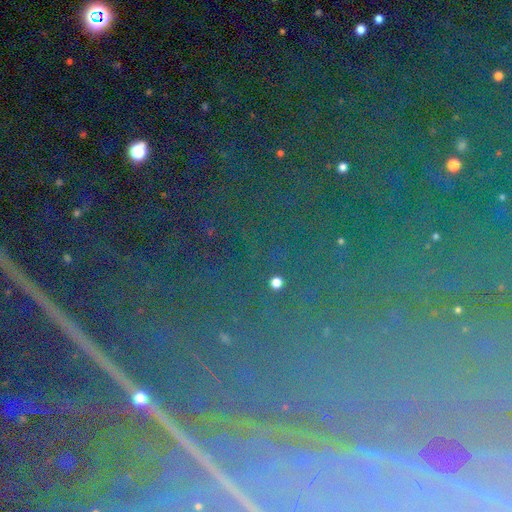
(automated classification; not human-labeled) star or artifact 82%, featured or disk 9%, smooth 9%.